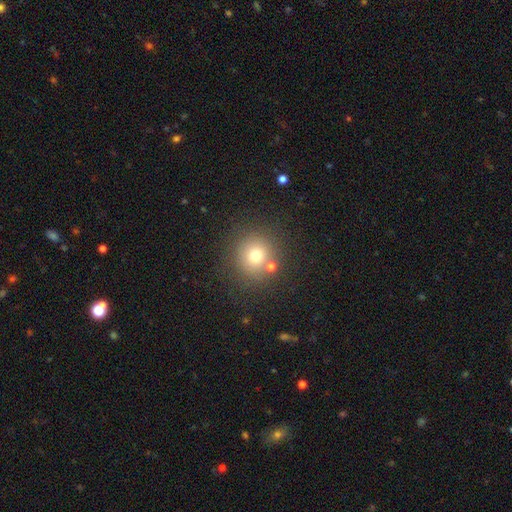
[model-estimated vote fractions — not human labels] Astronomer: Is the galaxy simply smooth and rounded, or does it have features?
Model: smooth — 72%.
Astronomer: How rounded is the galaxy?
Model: round — 92%.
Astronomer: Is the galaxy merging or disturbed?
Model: none — 78%.